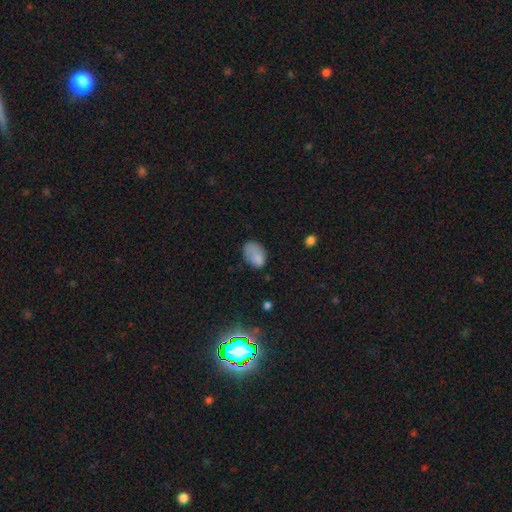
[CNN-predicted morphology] Smooth or featured? smooth (80%)
How rounded? in between (84%)
Merging? none (53%)